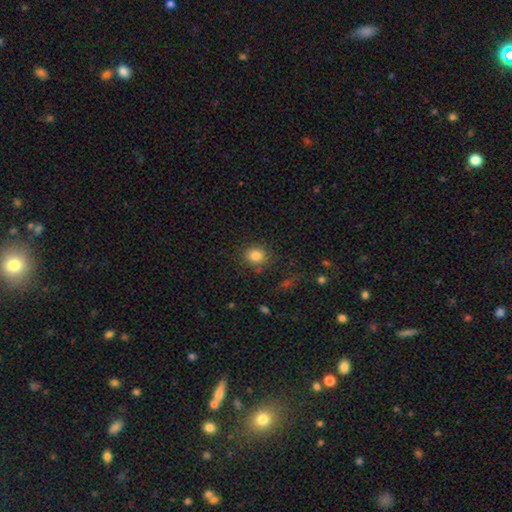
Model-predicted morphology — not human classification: Smooth or featured? smooth (83%)
How rounded? round (79%)
Merging? none (81%)